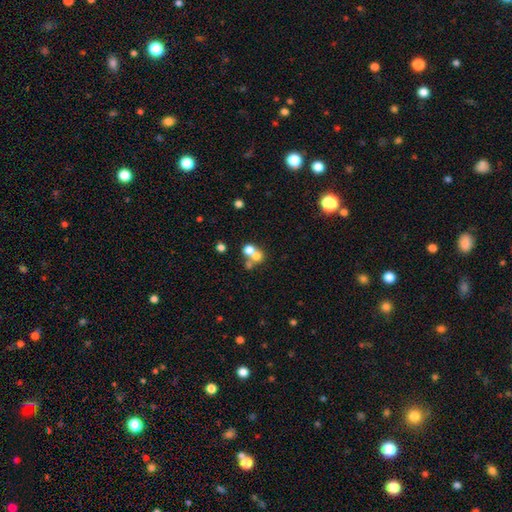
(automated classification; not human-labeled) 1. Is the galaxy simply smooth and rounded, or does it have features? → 65% smooth, 20% featured or disk, 15% star or artifact.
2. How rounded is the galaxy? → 79% round, 20% in between, 1% cigar-shaped.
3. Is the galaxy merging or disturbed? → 59% merger, 32% none, 5% minor disturbance, 4% major disturbance.